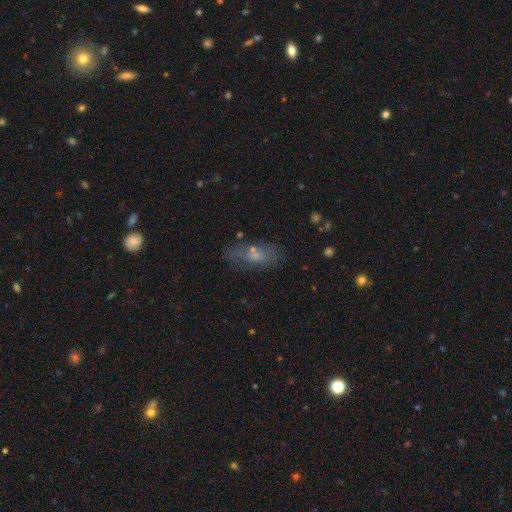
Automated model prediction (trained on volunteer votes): smooth-or-featured: smooth: 47% | featured or disk: 37% | star or artifact: 16%
  merging: none: 67% | minor disturbance: 19% | major disturbance: 9% | merger: 5%